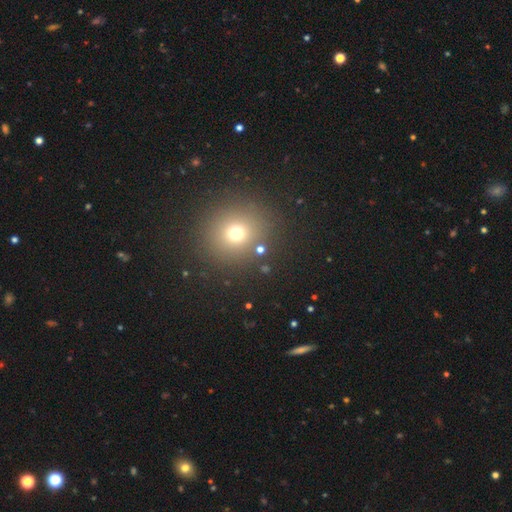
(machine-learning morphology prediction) Smooth or featured: smooth — 61% (star or artifact — 30%)
How rounded: round — 90% (in between — 9%)
Merging: none — 88% (minor disturbance — 6%)